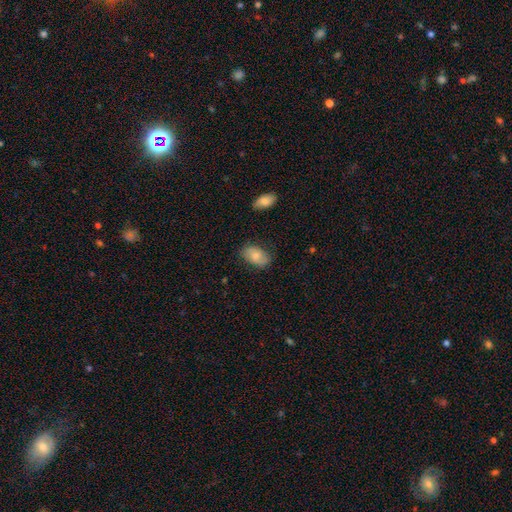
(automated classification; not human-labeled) A smooth galaxy with no disk features (75%) that is in between round and cigar-shaped (91%).

Vote fractions:
- Smooth or featured? smooth: 75% / featured or disk: 19% / star or artifact: 7%
- How rounded? in between: 91% / round: 8% / cigar-shaped: 1%
- Merging? none: 76% / minor disturbance: 18% / major disturbance: 4% / merger: 2%